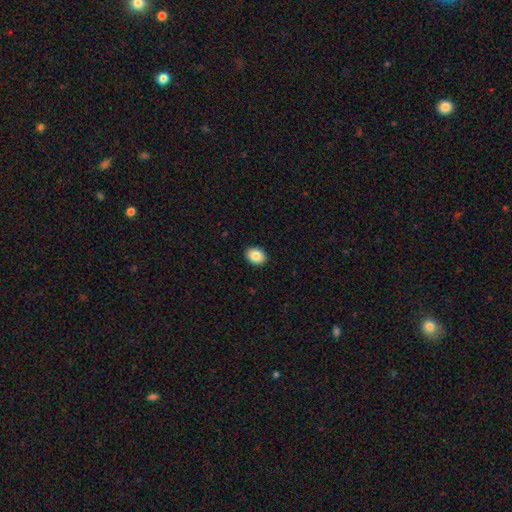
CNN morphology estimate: A smooth galaxy with no disk features (87%) that is in between round and cigar-shaped (70%). Merging: none (91%).